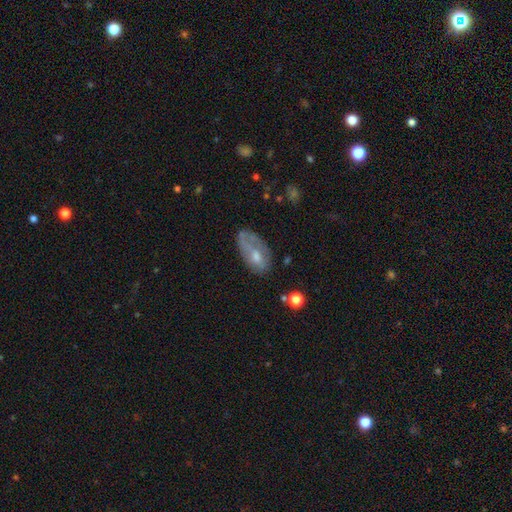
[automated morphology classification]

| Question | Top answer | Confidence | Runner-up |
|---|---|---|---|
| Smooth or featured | featured or disk | 49% | smooth (42%) |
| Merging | none | 48% | minor disturbance (29%) |